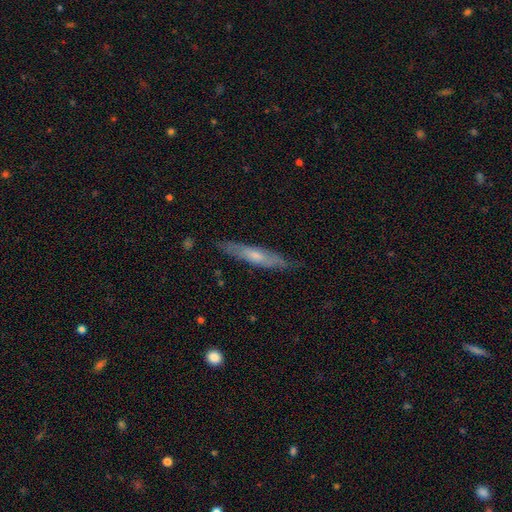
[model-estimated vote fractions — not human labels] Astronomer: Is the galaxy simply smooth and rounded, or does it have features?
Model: featured or disk — 50% (runner-up: smooth, 44%).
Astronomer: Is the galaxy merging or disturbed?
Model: none — 81%.